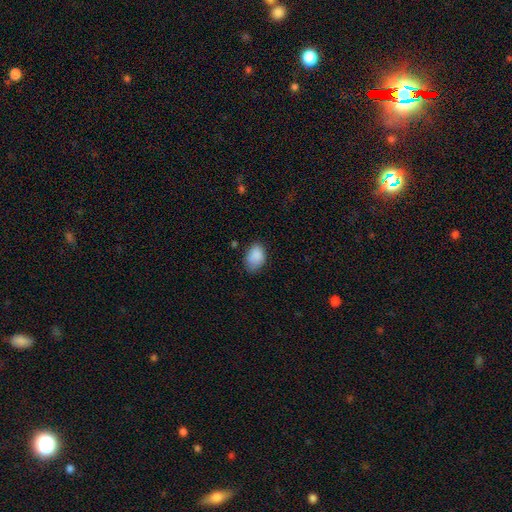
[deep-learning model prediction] Smooth or featured: smooth — 88% (star or artifact — 8%)
How rounded: in between — 81% (round — 18%)
Merging: none — 65% (minor disturbance — 27%)